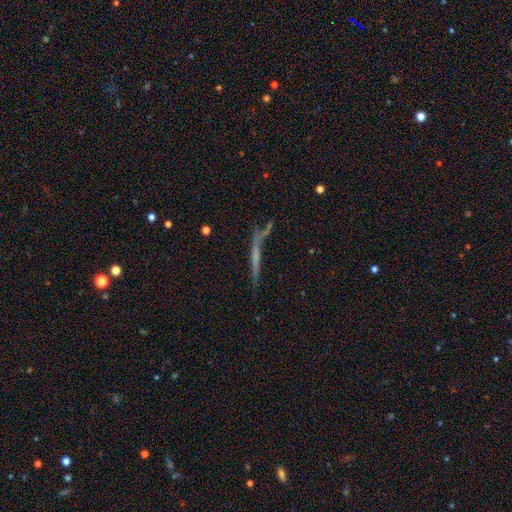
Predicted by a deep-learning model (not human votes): Overall: featured or disk (50%; smooth 39%). Merging: none (66%).